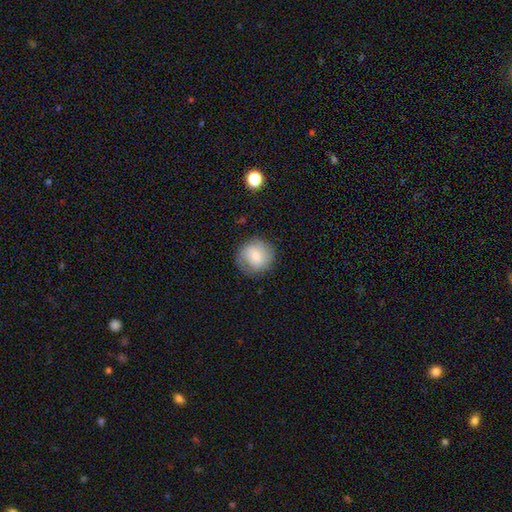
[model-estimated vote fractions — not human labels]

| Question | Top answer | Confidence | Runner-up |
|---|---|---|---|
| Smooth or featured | smooth | 69% | featured or disk (24%) |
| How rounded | round | 90% | in between (9%) |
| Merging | none | 80% | minor disturbance (14%) |